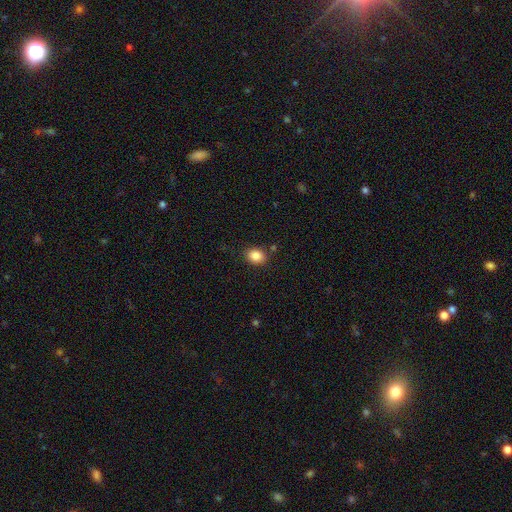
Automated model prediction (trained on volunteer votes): A smooth galaxy with no disk features (85%) that is in between round and cigar-shaped (60%). Merging: none (84%).